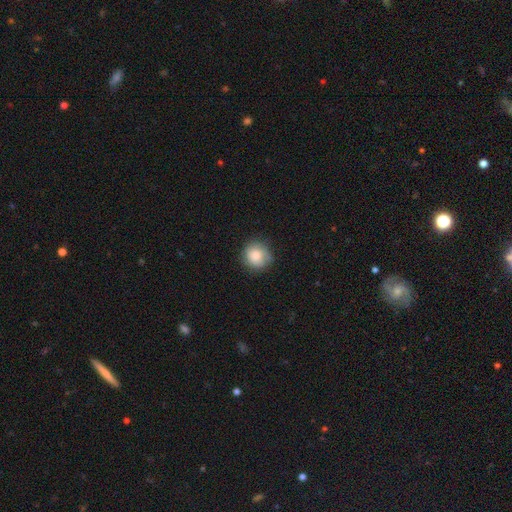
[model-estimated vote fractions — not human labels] Smooth or featured? smooth (80%)
How rounded? round (89%)
Merging? none (77%)